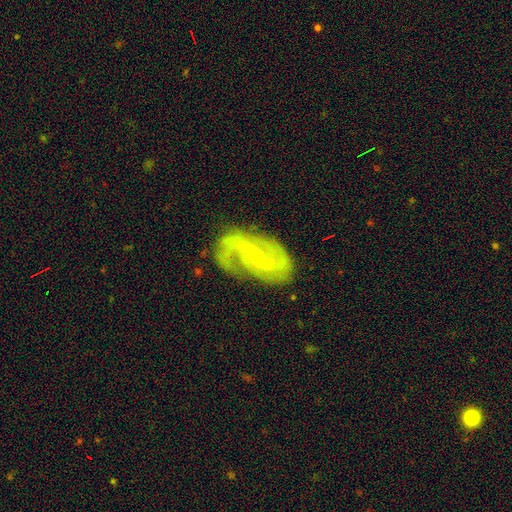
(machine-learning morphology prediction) Smooth or featured? featured or disk (87%)
Edge-on disk? no (97%)
Bar? weak (46%)
Spiral arms? yes (96%)
Spiral winding? medium (45%)
Spiral arm count? 2 (79%)
Bulge size? small (82%)
Merging? none (69%)